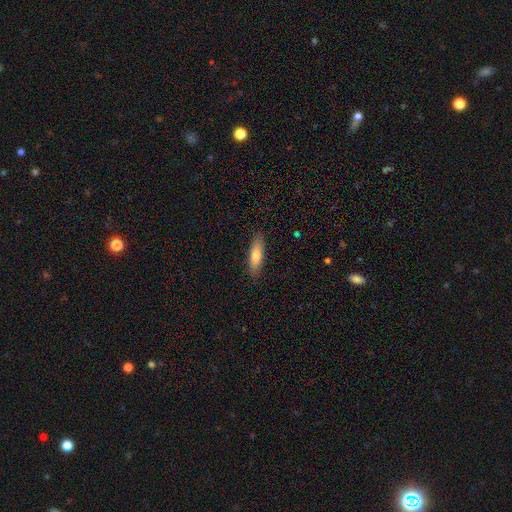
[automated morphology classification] smooth-or-featured: smooth: 76% | featured or disk: 18% | star or artifact: 6%
  how-rounded: cigar-shaped: 58% | in between: 41% | round: 2%
  merging: none: 87% | minor disturbance: 10% | major disturbance: 2% | merger: 1%